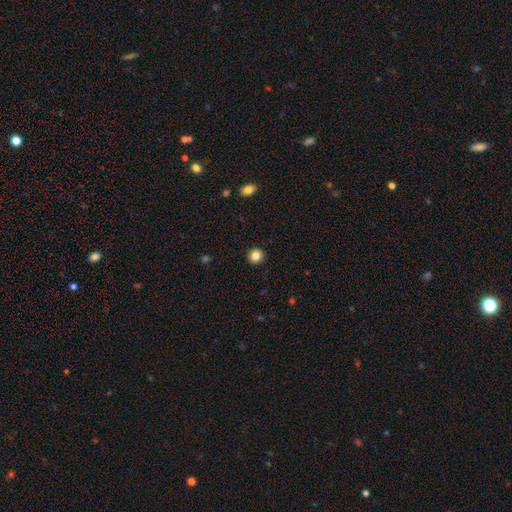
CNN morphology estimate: Q: Smooth or featured?
A: smooth (84%); runner-up: star or artifact (11%)
Q: How rounded?
A: round (92%); runner-up: in between (7%)
Q: Merging?
A: none (92%); runner-up: minor disturbance (5%)